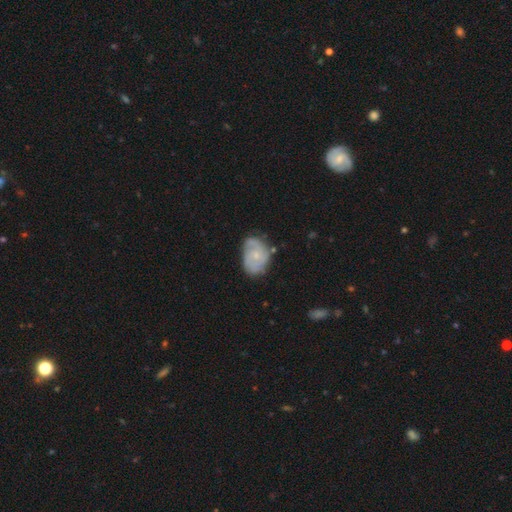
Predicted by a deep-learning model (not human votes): Morphology: type=featured or disk (60%); edge-on=no (97%); bar=no (79%); spiral arms=yes (79%); bulge=small (68%); merging=none (54%).